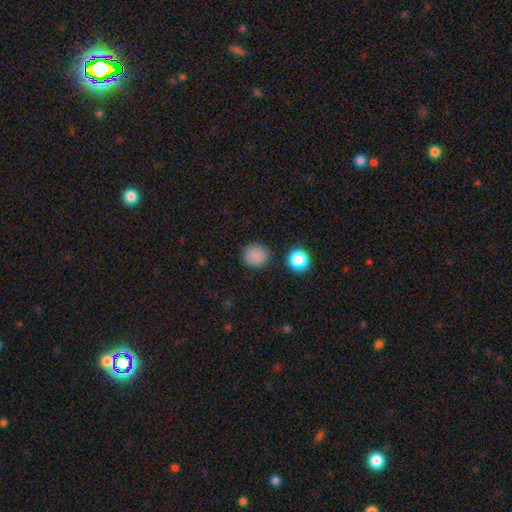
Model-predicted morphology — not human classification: Overall: smooth (85%). How rounded: round (90%). Merging: none (87%).